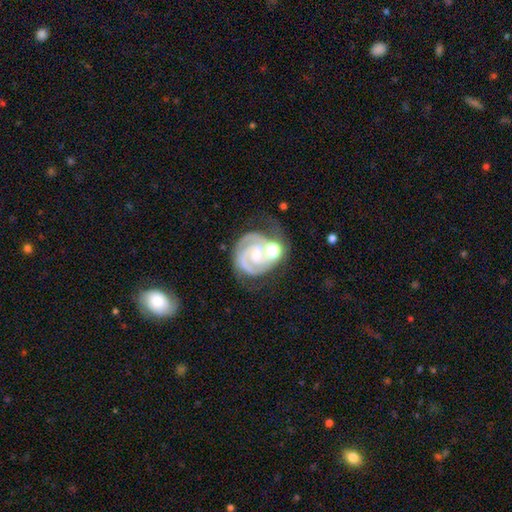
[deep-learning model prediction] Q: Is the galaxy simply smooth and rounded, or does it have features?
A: featured or disk — 86%.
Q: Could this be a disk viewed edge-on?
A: no — 98%.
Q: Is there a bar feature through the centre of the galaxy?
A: no — 59%.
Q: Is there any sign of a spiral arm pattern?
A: yes — 97%.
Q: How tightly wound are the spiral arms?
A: tight — 65%.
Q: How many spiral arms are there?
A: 2 — 64%.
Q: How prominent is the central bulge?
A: small — 46%.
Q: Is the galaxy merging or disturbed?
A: none — 43%.